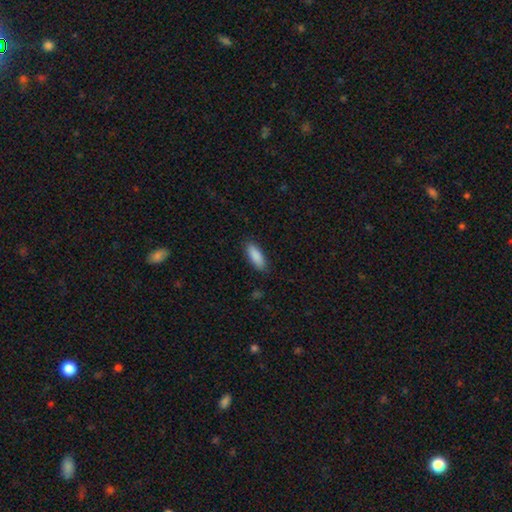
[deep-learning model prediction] smooth_or_featured: smooth (p=0.89) [alt: star or artifact p=0.06]
how_rounded: in between (p=0.69) [alt: cigar-shaped p=0.30]
merging: none (p=0.87) [alt: minor disturbance p=0.10]